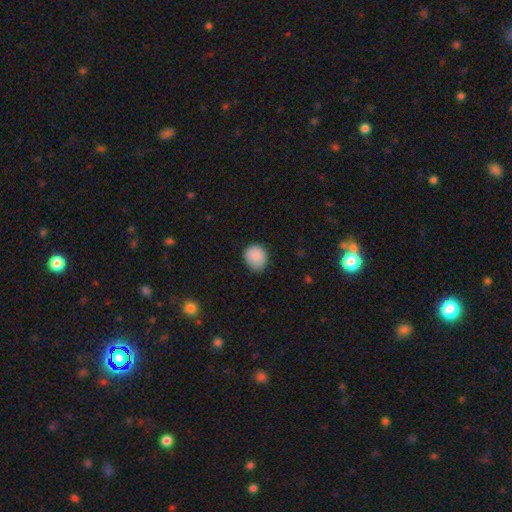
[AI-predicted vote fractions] A smooth galaxy with no disk features (88%) that is round (71%). Merging: none (73%).